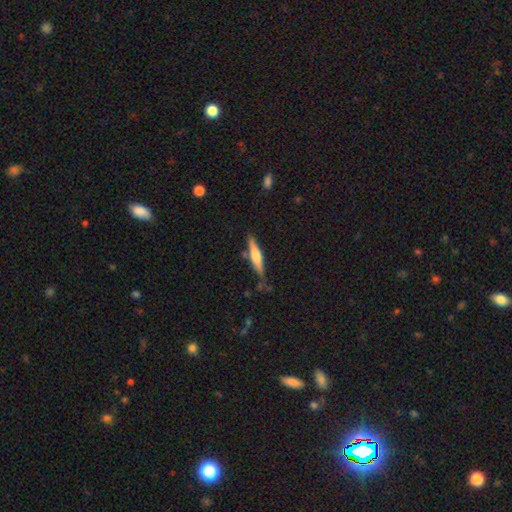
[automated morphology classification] This is possibly a featured or disk galaxy (50%). Merging: likely none (73%).